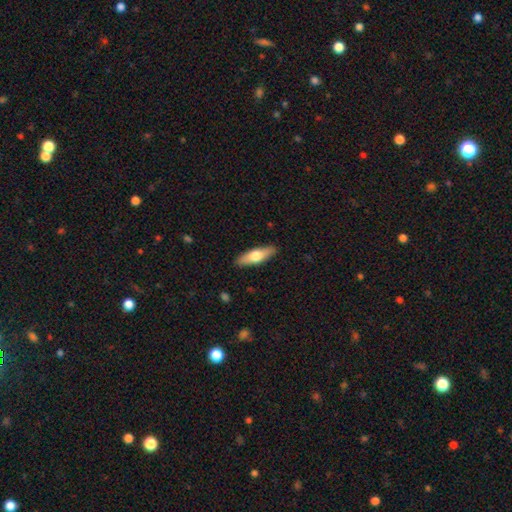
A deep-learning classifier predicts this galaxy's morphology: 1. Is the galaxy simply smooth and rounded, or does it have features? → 60% smooth, 34% featured or disk, 5% star or artifact.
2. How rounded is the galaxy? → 49% cigar-shaped (tied), 49% in between (tied), 2% round.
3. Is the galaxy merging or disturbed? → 89% none, 8% minor disturbance, 2% major disturbance, 1% merger.